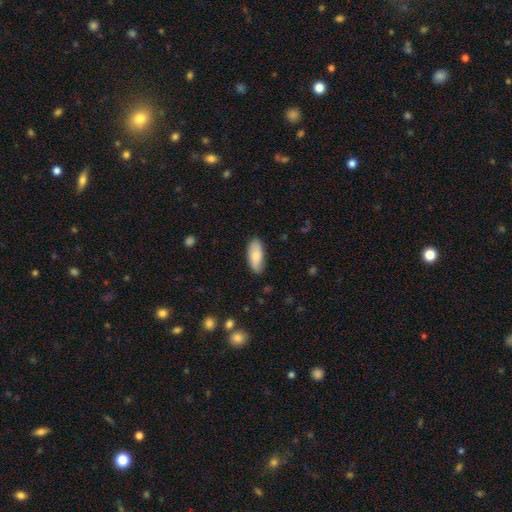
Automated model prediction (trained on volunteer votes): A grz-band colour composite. It shows a smooth galaxy with no disk features (78%) that is in between round and cigar-shaped (85%). Merging: none (83%).